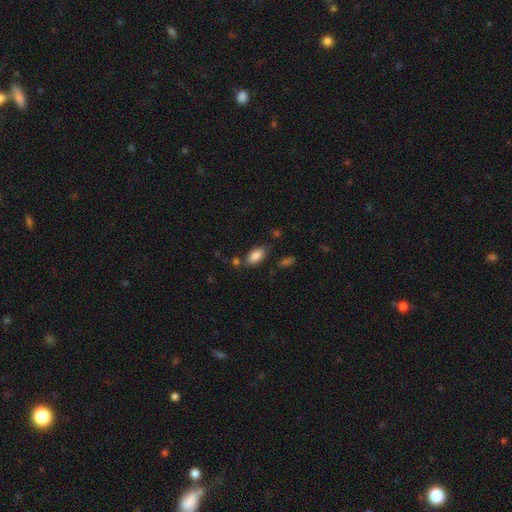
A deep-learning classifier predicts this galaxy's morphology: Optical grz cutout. It shows a smooth galaxy with no disk features (86%) that is in between round and cigar-shaped (93%). Merging: none (73%).